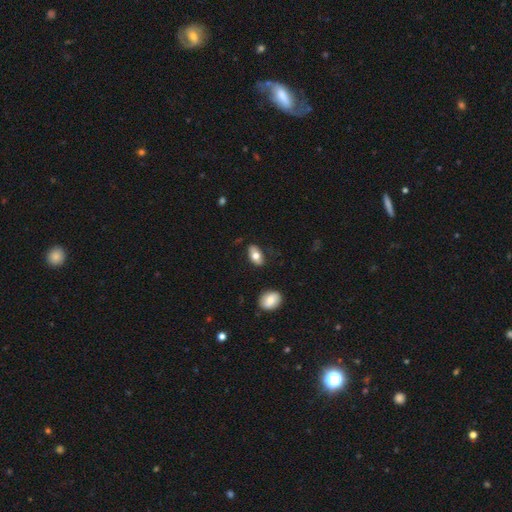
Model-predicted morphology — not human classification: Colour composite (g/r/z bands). It shows a smooth galaxy with no disk features (72%) that is in between round and cigar-shaped (91%). Merging: none (78%).